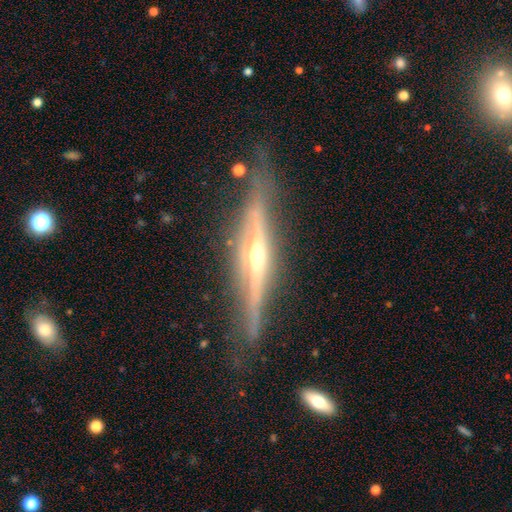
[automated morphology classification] Q: Smooth or featured?
A: featured or disk (85%); runner-up: smooth (9%)
Q: Edge-on disk?
A: yes (97%); runner-up: no (3%)
Q: Edge-on bulge?
A: rounded (86%); runner-up: none (8%)
Q: Merging?
A: none (80%); runner-up: minor disturbance (14%)